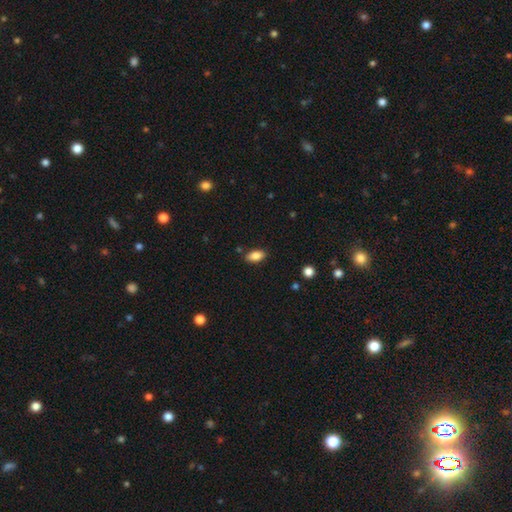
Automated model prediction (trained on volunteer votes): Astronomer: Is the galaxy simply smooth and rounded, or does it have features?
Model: smooth — 85%.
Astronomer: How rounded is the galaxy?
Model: in between — 91%.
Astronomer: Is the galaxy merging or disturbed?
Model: none — 86%.